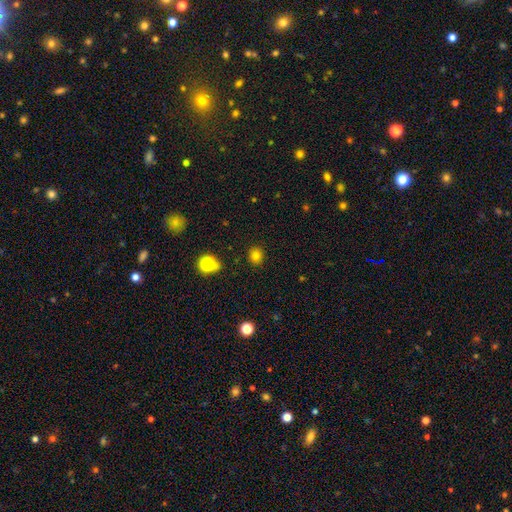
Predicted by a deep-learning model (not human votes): Smooth or featured? Predicted: smooth (p=0.79). How rounded? Predicted: round (p=0.77). Merging? Predicted: none (p=0.87).